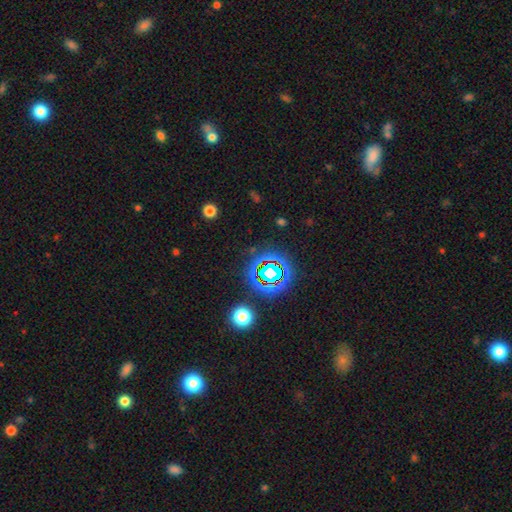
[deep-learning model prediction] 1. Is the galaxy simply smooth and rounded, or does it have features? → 65% star or artifact, 24% smooth, 11% featured or disk.